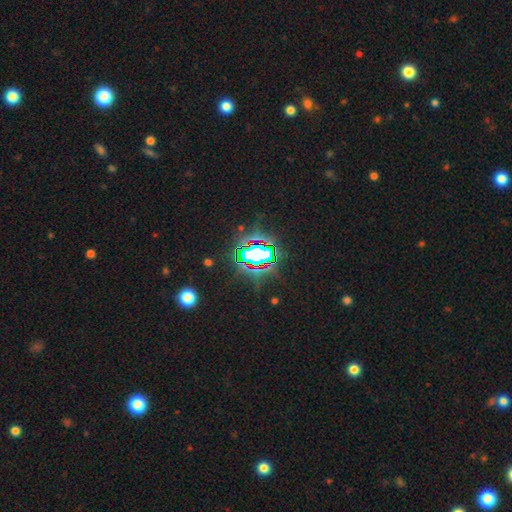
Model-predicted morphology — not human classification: A star or artifact, not a galaxy (75%).

Vote fractions:
- Smooth or featured? star or artifact: 75% / smooth: 13% / featured or disk: 11%